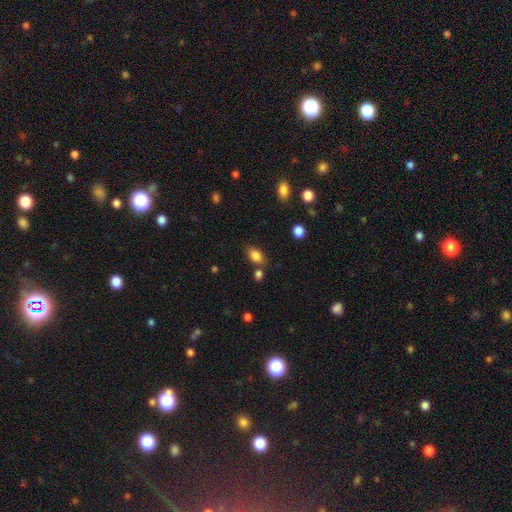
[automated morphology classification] Smooth or featured: smooth — 84% (star or artifact — 9%)
How rounded: in between — 84% (round — 14%)
Merging: none — 72% (minor disturbance — 14%)